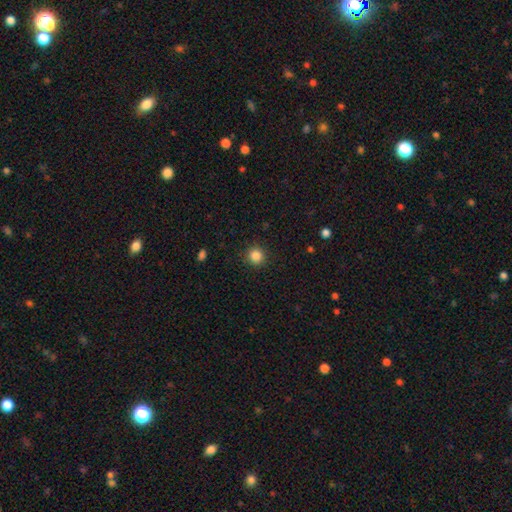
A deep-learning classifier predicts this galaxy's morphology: This appears to be a smooth galaxy with no disk features (85%) that is round (93%). Merging: none (91%).